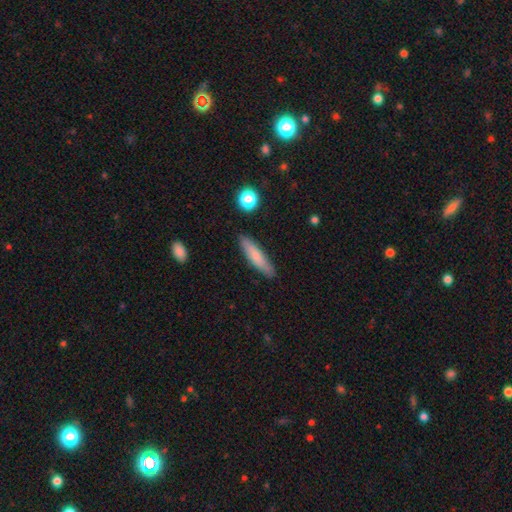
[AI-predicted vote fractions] This appears to be a smooth galaxy with no disk features (75%) that is cigar-shaped (81%). Merging: none (88%).